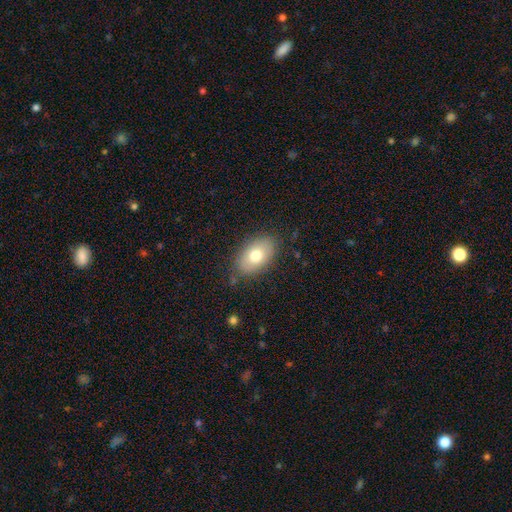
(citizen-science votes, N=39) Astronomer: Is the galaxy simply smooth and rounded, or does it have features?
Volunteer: smooth — 69%.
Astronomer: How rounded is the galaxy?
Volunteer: in between — 85%.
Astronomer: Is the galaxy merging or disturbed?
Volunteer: none — 67%.